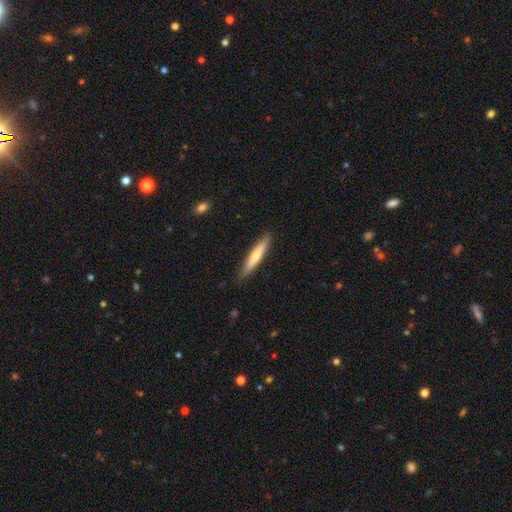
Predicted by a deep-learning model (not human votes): This is likely a smooth galaxy (63%). How rounded: clearly cigar-shaped (92%). Merging: clearly none (86%).